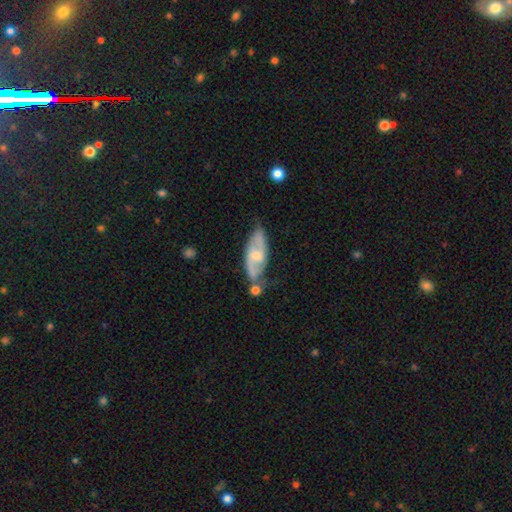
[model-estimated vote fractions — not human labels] A featured or disk galaxy (70%) with no bar (44%, tied with weak), 2 (81%) medium (46%) spiral arms (88%) and a moderate central bulge (45%, tied with small). Merging: none (54%).